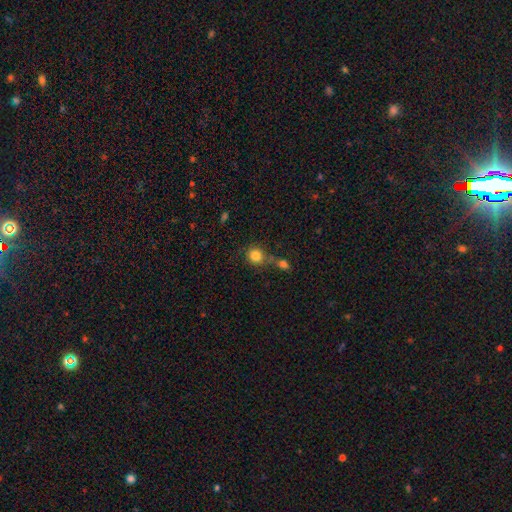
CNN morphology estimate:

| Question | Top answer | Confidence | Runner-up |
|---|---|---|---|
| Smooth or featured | smooth | 83% | star or artifact (11%) |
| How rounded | round | 86% | in between (13%) |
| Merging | none | 60% | merger (24%) |